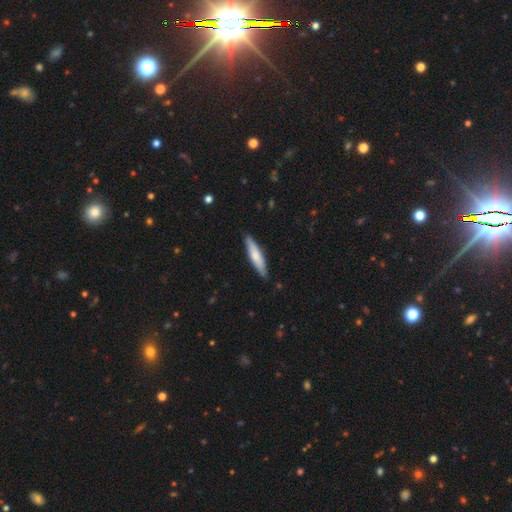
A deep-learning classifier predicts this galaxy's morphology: Overall: smooth (68%). How rounded: cigar-shaped (83%). Merging: none (87%).